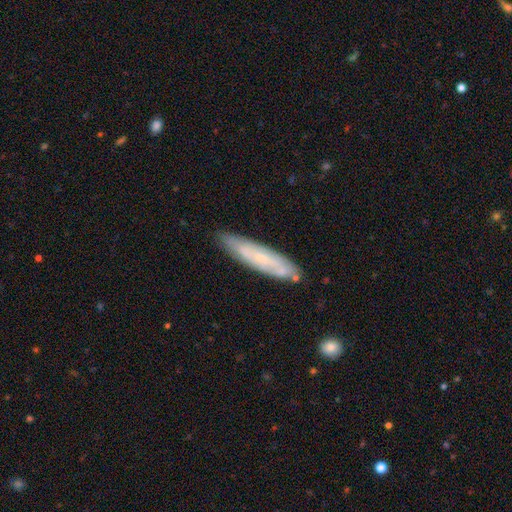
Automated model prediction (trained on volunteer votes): A smooth galaxy with no disk features (48%).

Vote fractions:
- Smooth or featured? smooth: 48% / featured or disk: 43% / star or artifact: 9%
- Merging? none: 83% / minor disturbance: 13% / major disturbance: 2% / merger: 2%